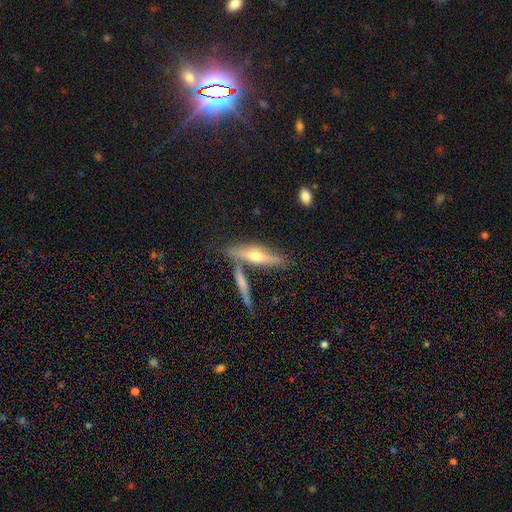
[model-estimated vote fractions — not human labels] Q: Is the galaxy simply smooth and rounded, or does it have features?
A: featured or disk — 50%.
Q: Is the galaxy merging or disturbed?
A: none — 58%.